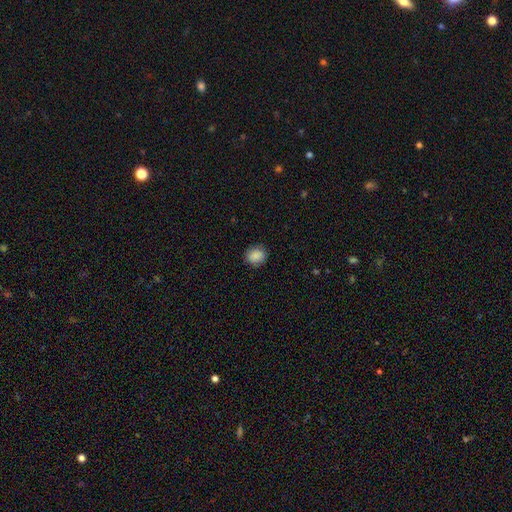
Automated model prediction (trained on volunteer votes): A smooth galaxy with no disk features (87%) that is round (77%).

Vote fractions:
- Smooth or featured? smooth: 87% / star or artifact: 9% / featured or disk: 4%
- How rounded? round: 77% / in between: 22% / cigar-shaped: 1%
- Merging? none: 88% / minor disturbance: 9% / major disturbance: 2% / merger: 1%